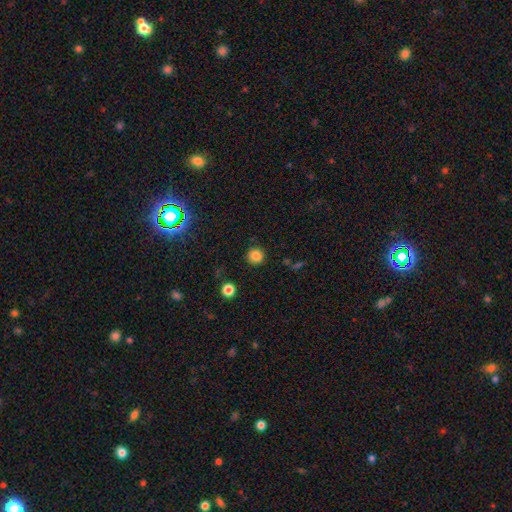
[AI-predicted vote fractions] This appears to be a smooth galaxy with no disk features (84%) that is round (94%). Merging: none (90%).